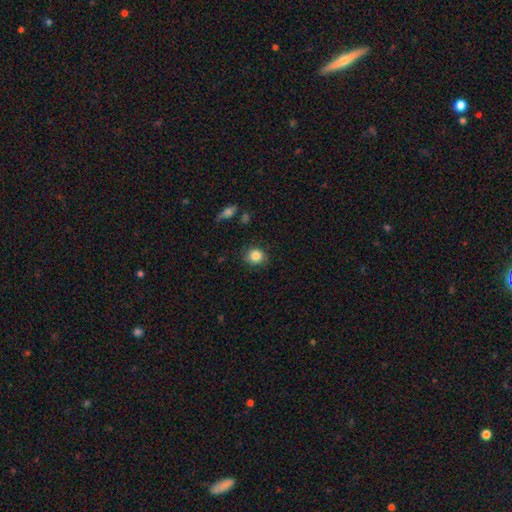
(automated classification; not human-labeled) smooth-or-featured: smooth: 85% | star or artifact: 9% | featured or disk: 6%
  how-rounded: round: 78% | in between: 21% | cigar-shaped: 1%
  merging: none: 83% | minor disturbance: 13% | major disturbance: 3% | merger: 2%